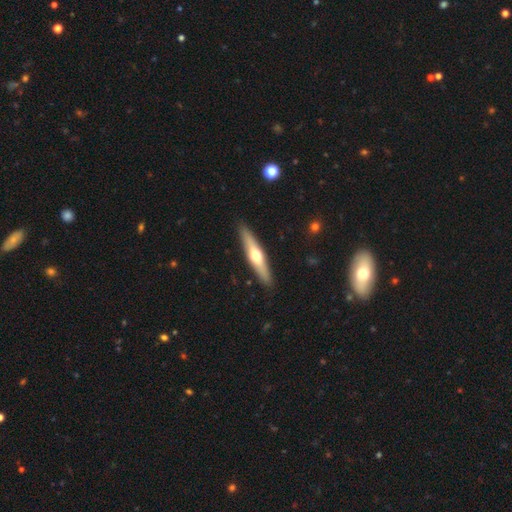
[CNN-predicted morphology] type=featured or disk (53%); edge-on=yes (92%); merging=none (90%).